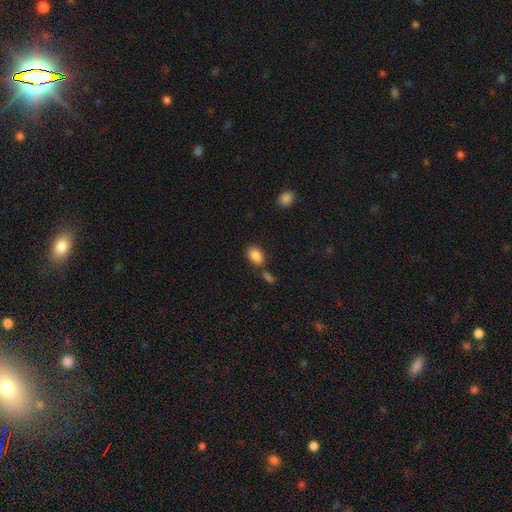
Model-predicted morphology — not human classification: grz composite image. It shows a smooth galaxy with no disk features (87%) that is in between round and cigar-shaped (87%). Merging: none (60%).